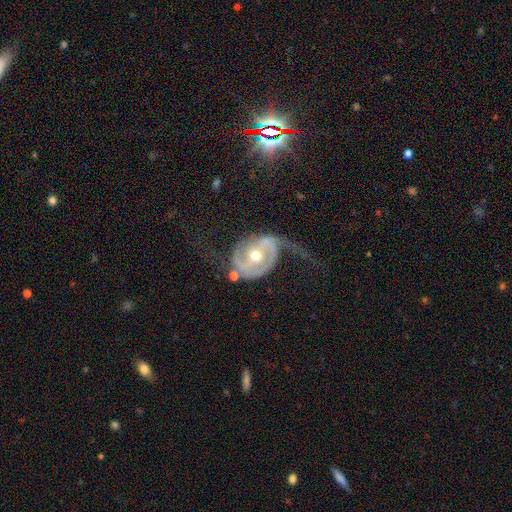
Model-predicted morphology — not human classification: This is clearly a featured or disk galaxy (86%). It is clearly not viewed edge-on (97%). Bar: marginally no (40%). Spiral arm pattern: clearly yes (91%). Spiral arm count: likely 2 (69%). Spiral winding: marginally loose (41%). Central bulge: likely moderate (70%). Merging: marginally major disturbance (41%).